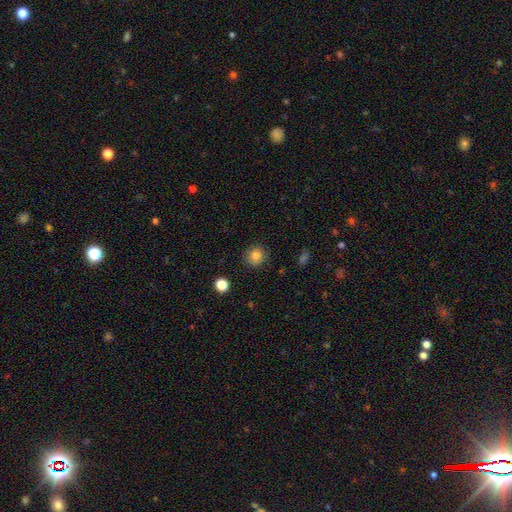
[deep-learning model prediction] Q: Smooth or featured?
A: smooth (83%); runner-up: star or artifact (11%)
Q: How rounded?
A: round (89%); runner-up: in between (10%)
Q: Merging?
A: none (87%); runner-up: minor disturbance (9%)